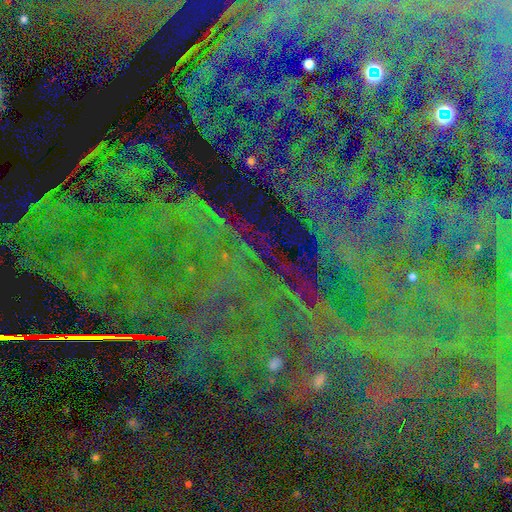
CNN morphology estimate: star or artifact 85%, featured or disk 8%, smooth 7%.